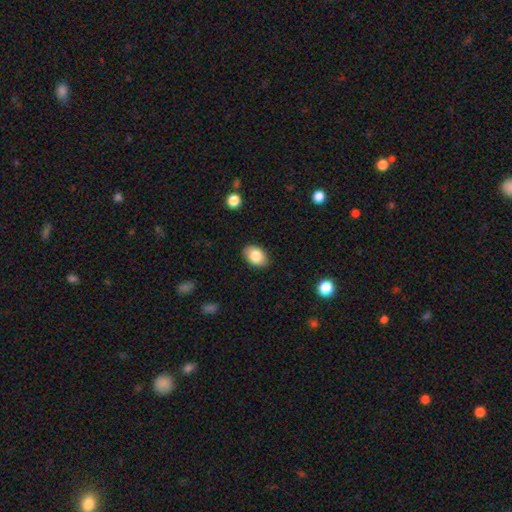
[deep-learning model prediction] Overall: smooth (85%). How rounded: in between (85%). Merging: none (87%).